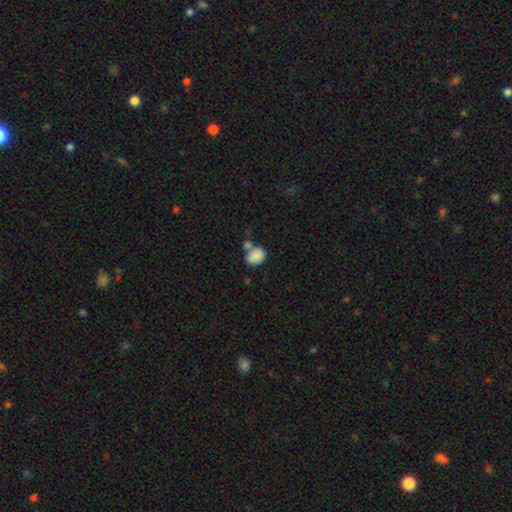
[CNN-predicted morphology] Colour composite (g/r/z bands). It shows a smooth galaxy with no disk features (84%) that is in between round and cigar-shaped (55%). Merging: none (44%).